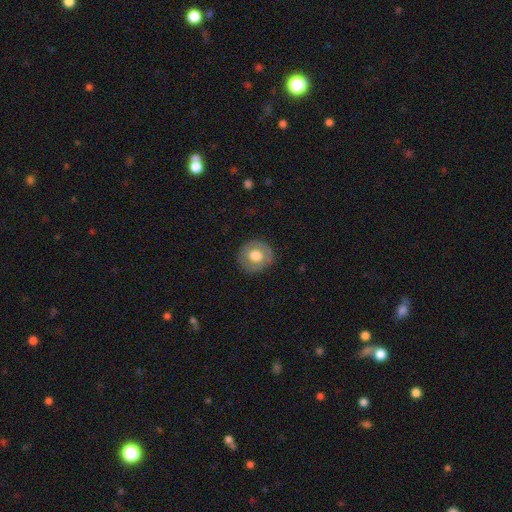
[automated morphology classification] Smooth or featured? Predicted: smooth (p=0.61). How rounded? Predicted: round (p=0.89). Merging? Predicted: none (p=0.83).